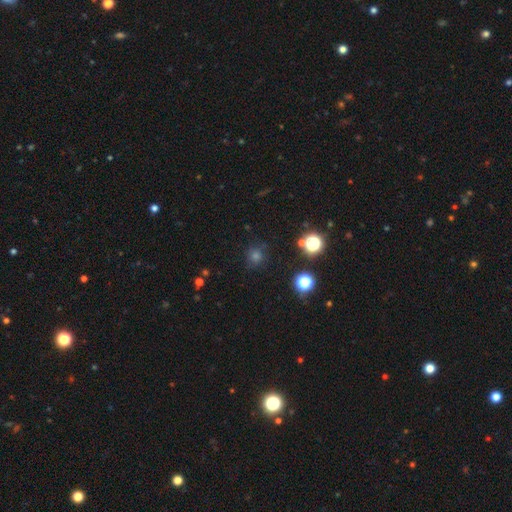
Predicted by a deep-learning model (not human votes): Morphology: type=smooth (58%); roundness=round (91%); merging=none (84%).